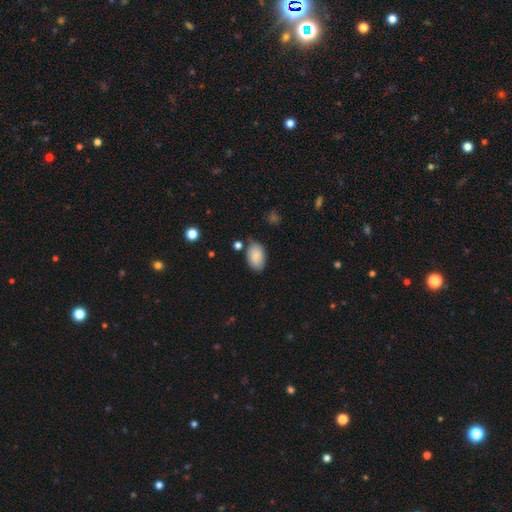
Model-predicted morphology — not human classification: Smooth or featured: smooth — 85% (featured or disk — 8%)
How rounded: in between — 92% (round — 6%)
Merging: none — 75% (minor disturbance — 17%)